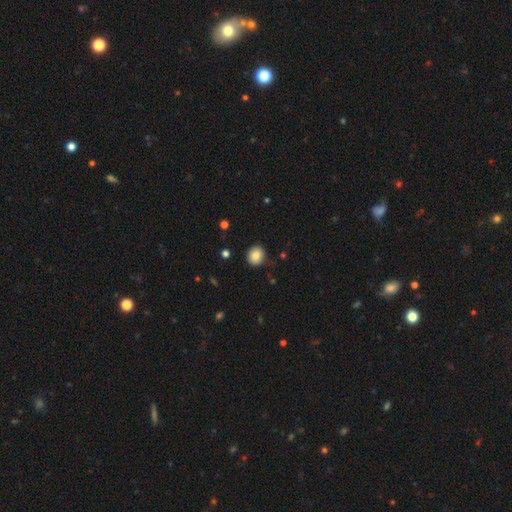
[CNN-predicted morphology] smooth 83%, star or artifact 9%, featured or disk 8%. Down the decision tree: how rounded — round (76%); merging — none (85%).